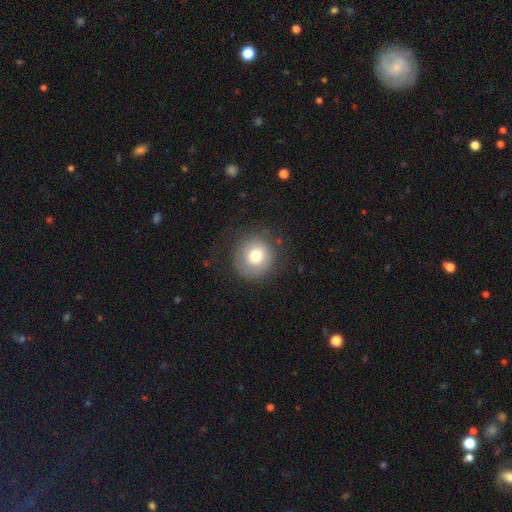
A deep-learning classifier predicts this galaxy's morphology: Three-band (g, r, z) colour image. It shows a smooth galaxy with no disk features (73%) that is round (94%). Merging: none (82%).